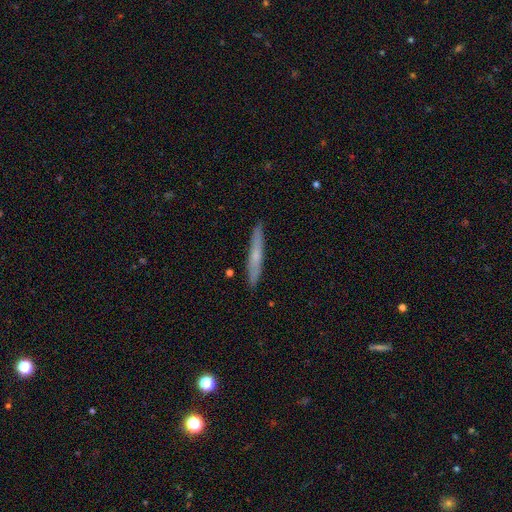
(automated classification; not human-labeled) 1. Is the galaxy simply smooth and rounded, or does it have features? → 53% smooth, 41% featured or disk, 6% star or artifact.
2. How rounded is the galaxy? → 95% cigar-shaped, 3% in between, 1% round.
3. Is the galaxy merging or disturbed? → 90% none, 7% minor disturbance, 1% major disturbance, 1% merger.